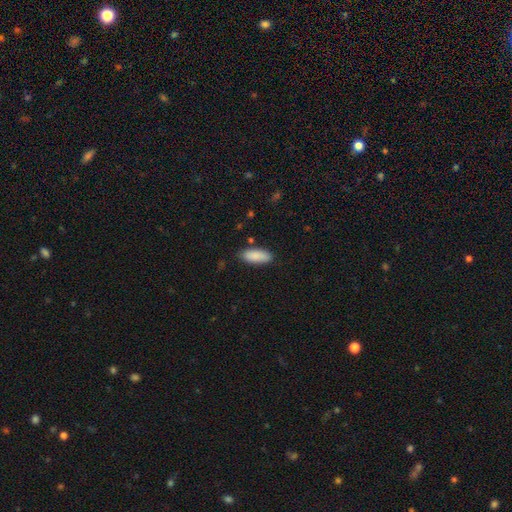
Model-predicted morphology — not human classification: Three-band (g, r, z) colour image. It shows a smooth galaxy with no disk features (89%) that is in between round and cigar-shaped (77%). Merging: none (85%).